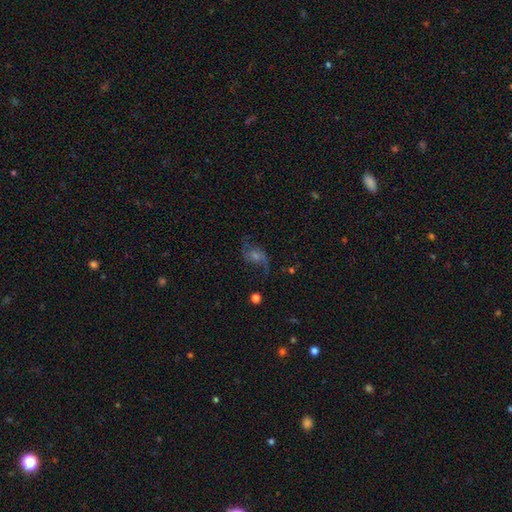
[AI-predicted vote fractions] Morphology: type=featured or disk (73%); edge-on=no (96%); bar=no (62%); spiral arms=yes (94%); winding=loose (69%); arm count=2 (88%); bulge=small (44%); merging=none (70%).